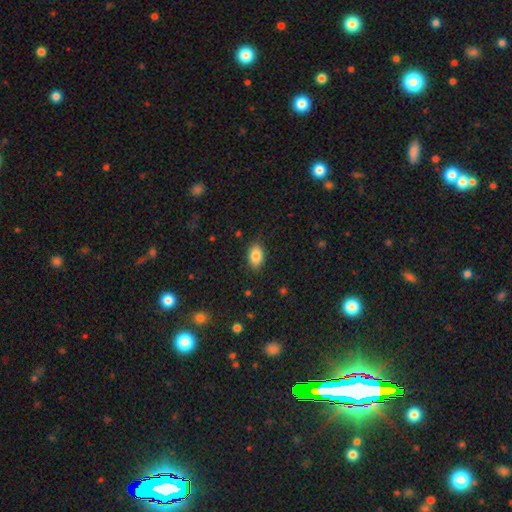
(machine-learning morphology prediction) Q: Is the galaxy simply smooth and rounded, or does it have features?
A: smooth — 85%.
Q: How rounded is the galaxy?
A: in between — 89%.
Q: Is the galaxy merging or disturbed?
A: none — 86%.